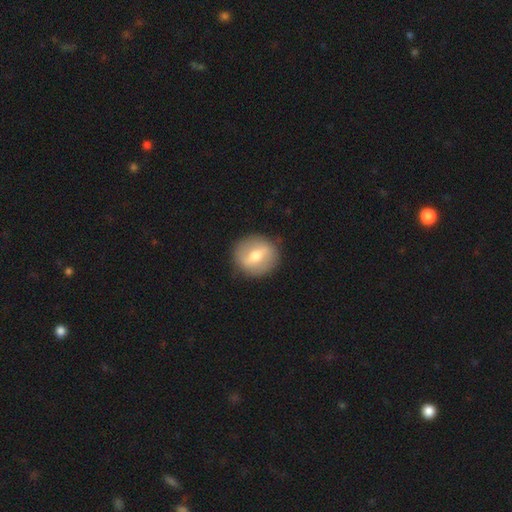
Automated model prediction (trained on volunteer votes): Morphology: type=smooth (47%, tied with featured or disk); merging=none (87%).